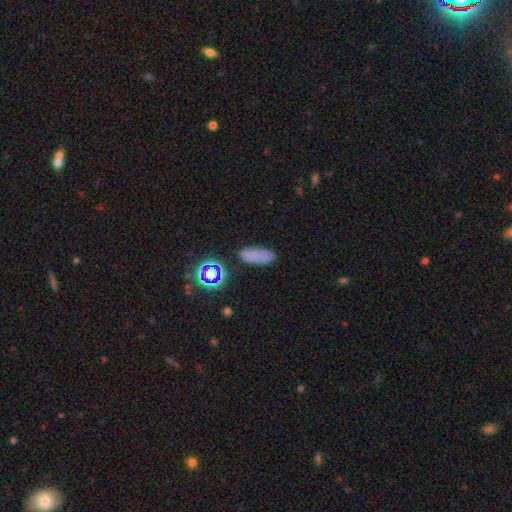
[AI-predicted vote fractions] smooth_or_featured: smooth (p=0.69) [alt: star or artifact p=0.20]
how_rounded: in between (p=0.76) [alt: cigar-shaped p=0.18]
merging: none (p=0.73) [alt: minor disturbance p=0.17]